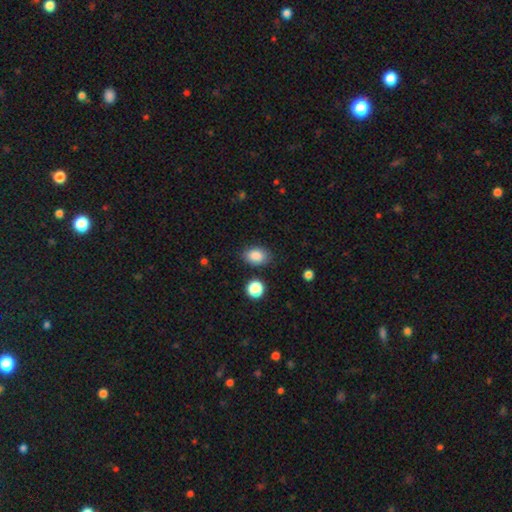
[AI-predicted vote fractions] This is clearly a smooth galaxy (86%). How rounded: likely in between (78%). Merging: clearly none (81%).